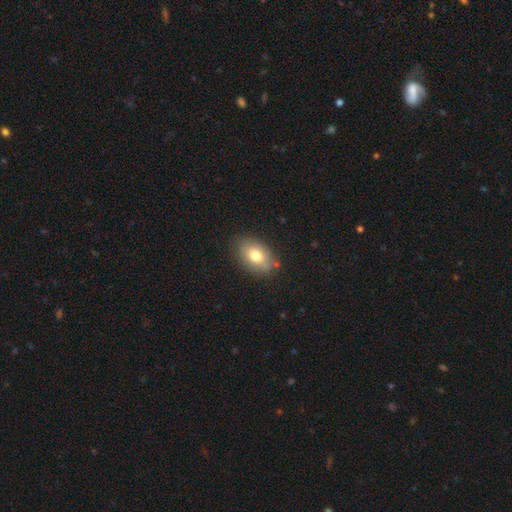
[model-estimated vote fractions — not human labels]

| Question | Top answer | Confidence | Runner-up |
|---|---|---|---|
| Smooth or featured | smooth | 76% | featured or disk (16%) |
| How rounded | in between | 87% | round (12%) |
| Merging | none | 78% | minor disturbance (16%) |